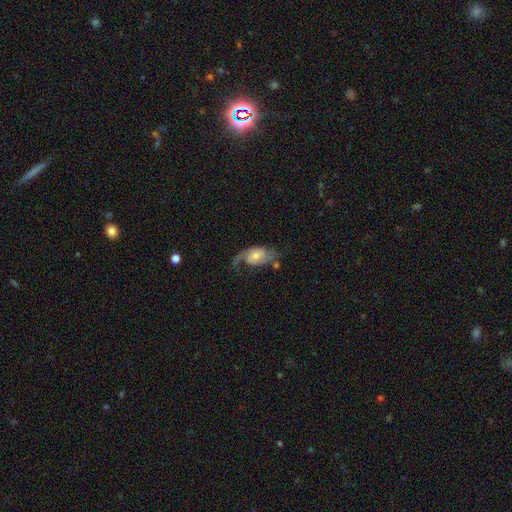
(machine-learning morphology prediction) type=featured or disk (78%); edge-on=no (96%); bar=no (61%); spiral arms=yes (94%); winding=loose (44%); arm count=2 (68%); bulge=moderate (51%); merging=none (50%).